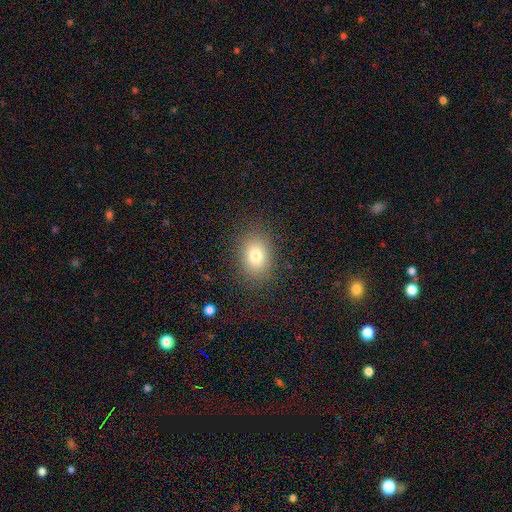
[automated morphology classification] Smooth or featured? Predicted: smooth (p=0.79). How rounded? Predicted: in between (p=0.64). Merging? Predicted: none (p=0.86).